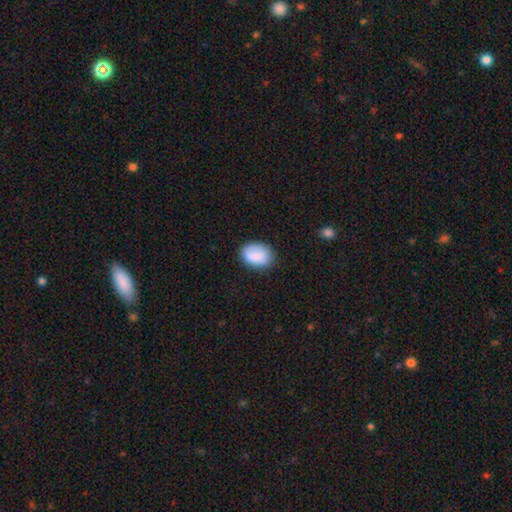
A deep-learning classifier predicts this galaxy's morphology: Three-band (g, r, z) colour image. It shows a smooth galaxy with no disk features (87%) that is in between round and cigar-shaped (81%). Merging: none (78%).